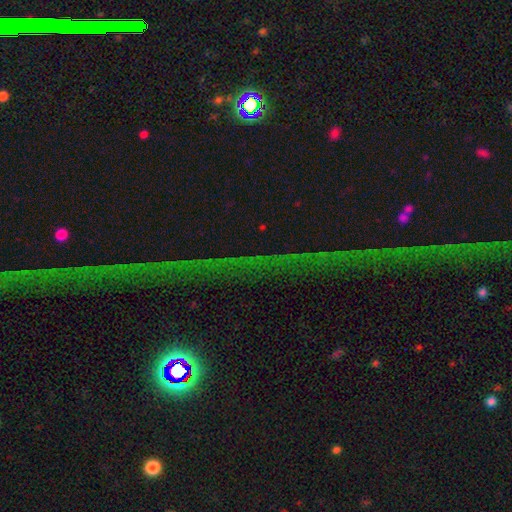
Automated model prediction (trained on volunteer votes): Smooth or featured: star or artifact — 75% (featured or disk — 14%)